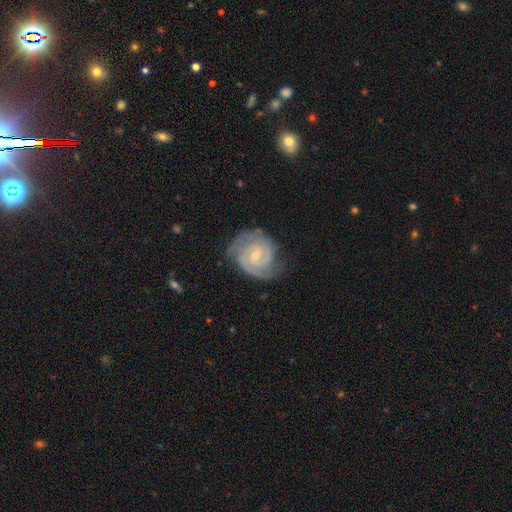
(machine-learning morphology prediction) This appears to be a featured or disk galaxy (91%) with no bar (47%), 2 (53%) tight (70%) spiral arms (98%) and a small central bulge (61%). Merging: none (73%).